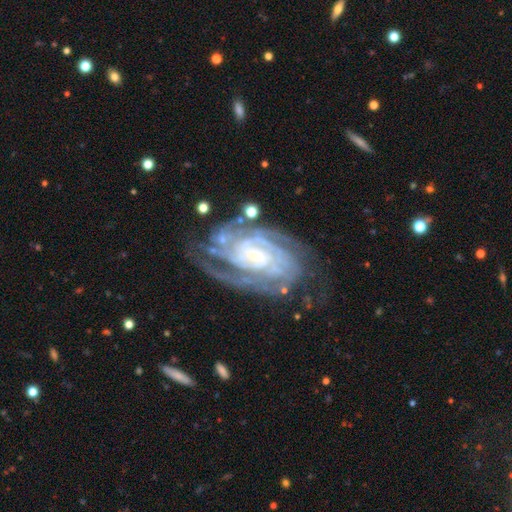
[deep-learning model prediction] Morphology: type=featured or disk (91%); edge-on=no (97%); bar=no (65%); spiral arms=yes (98%); winding=tight (74%); arm count=3 (22%); bulge=small (78%); merging=none (67%).